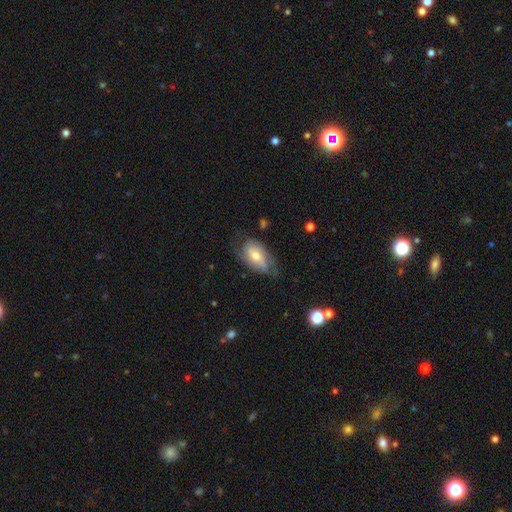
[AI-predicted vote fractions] The model was most divided on "bar": no: 43%, weak: 40%, strong: 17%. More confident: edge-on disk — no (91%); spiral arms — yes (80%); bulge size — moderate (61%); merging — none (58%); smooth or featured — featured or disk (58%).